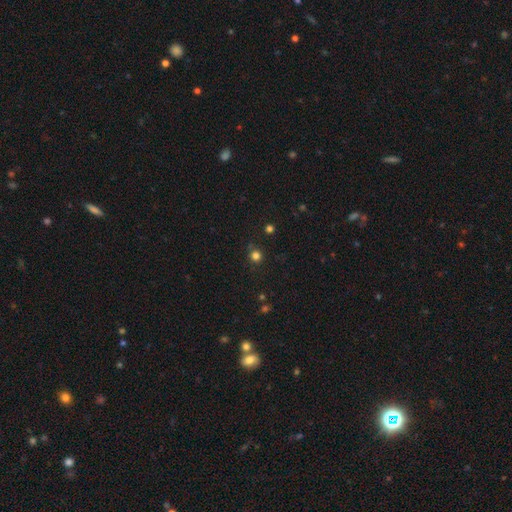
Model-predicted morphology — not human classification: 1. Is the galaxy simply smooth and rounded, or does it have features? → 77% smooth, 18% star or artifact, 4% featured or disk.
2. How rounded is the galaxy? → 93% round, 6% in between, 1% cigar-shaped.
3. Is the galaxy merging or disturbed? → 84% none, 10% minor disturbance, 3% merger, 3% major disturbance.